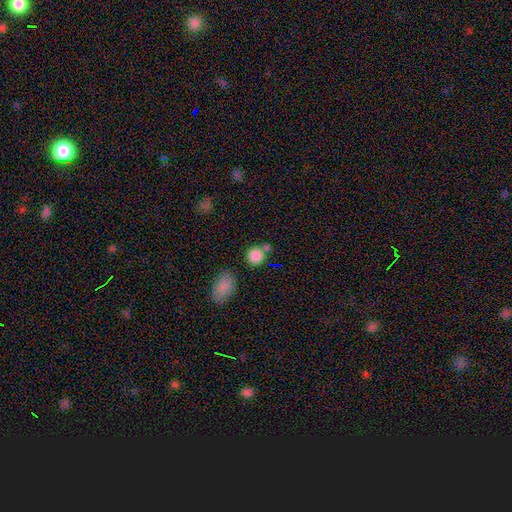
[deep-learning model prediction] smooth 85%, star or artifact 10%, featured or disk 5%. Down the decision tree: how rounded — round (87%); merging — none (64%).